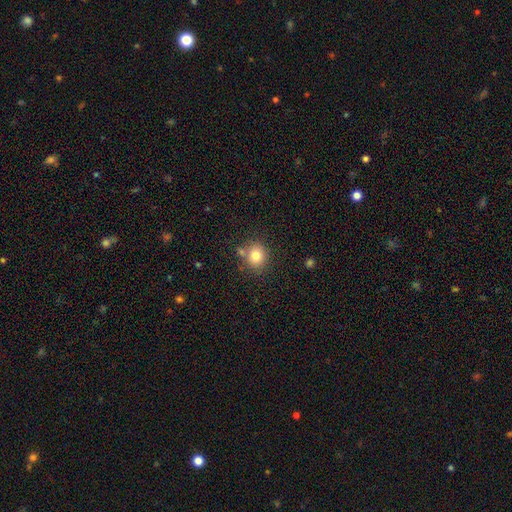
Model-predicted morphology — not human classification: smooth 80%, star or artifact 11%, featured or disk 9%. Down the decision tree: how rounded — round (83%); merging — none (75%).